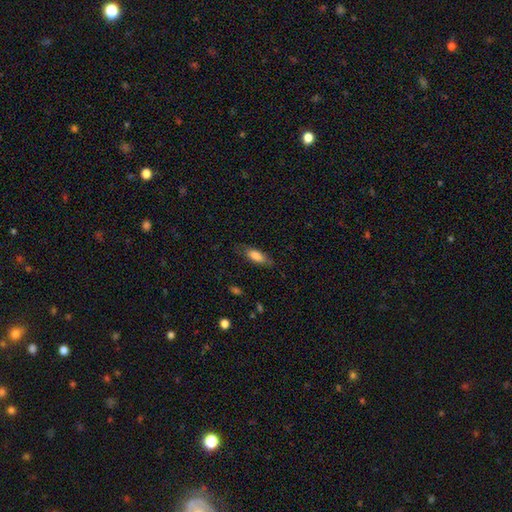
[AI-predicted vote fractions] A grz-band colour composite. It shows a smooth galaxy with no disk features (77%) that is in between round and cigar-shaped (63%). Merging: none (72%).